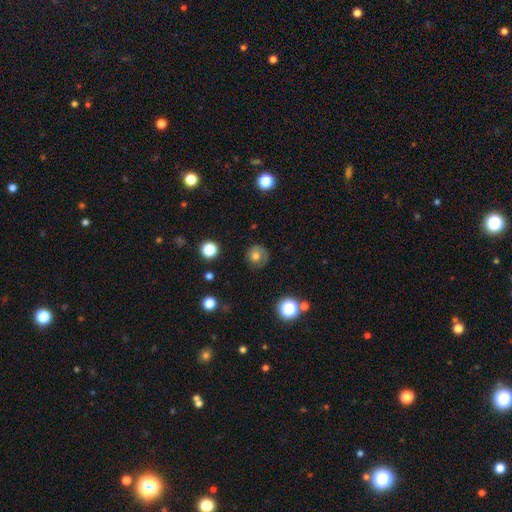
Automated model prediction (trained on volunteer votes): Overall: smooth (66%). How rounded: round (87%). Merging: none (75%).